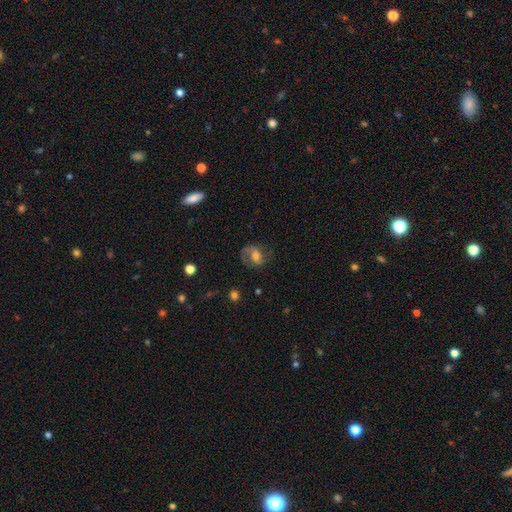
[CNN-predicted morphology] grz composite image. It shows a featured or disk galaxy (68%) with a weak bar (44%), 2 (77%) medium (50%) spiral arms (91%) and a moderate central bulge (55%). Merging: none (66%).